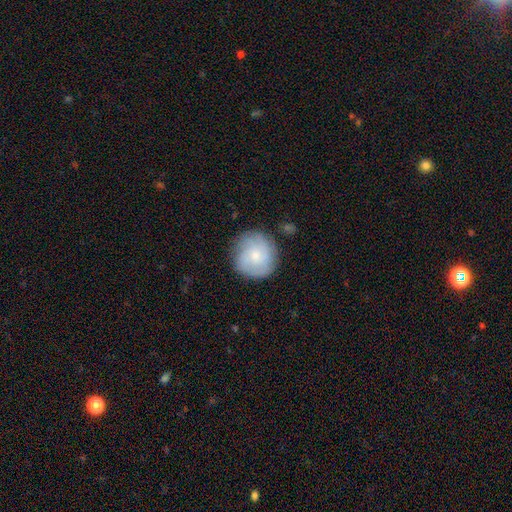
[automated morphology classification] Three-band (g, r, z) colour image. It shows a smooth galaxy with no disk features (47%). Merging: none (79%).